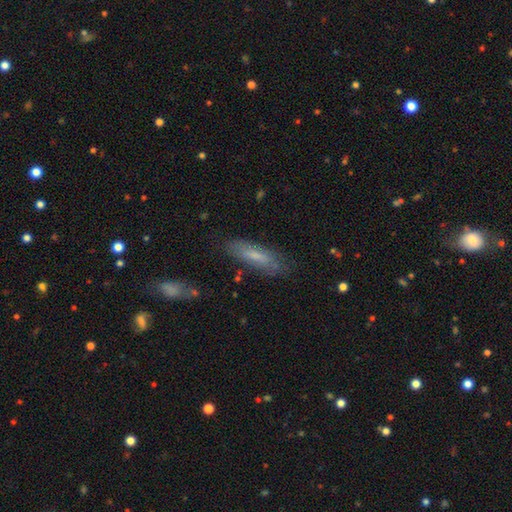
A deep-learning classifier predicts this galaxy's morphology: type=smooth (62%); roundness=cigar-shaped (59%); merging=none (76%).